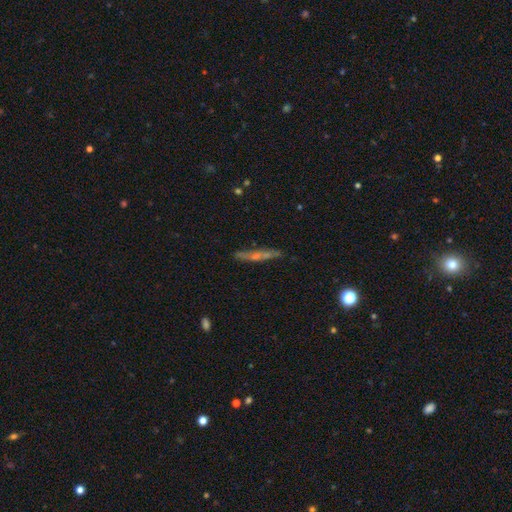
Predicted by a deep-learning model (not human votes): Smooth or featured: featured or disk — 60% (smooth — 30%)
Edge-on disk: yes — 91% (no — 9%)
Edge-on bulge: rounded — 58% (none — 36%)
Merging: none — 81% (minor disturbance — 14%)